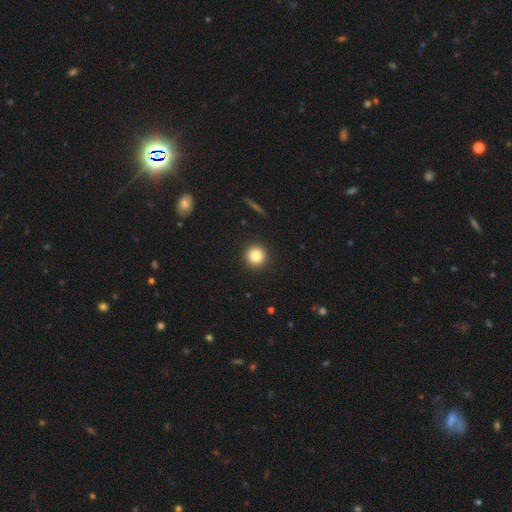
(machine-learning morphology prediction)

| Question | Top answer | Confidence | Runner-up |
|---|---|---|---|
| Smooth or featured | smooth | 84% | star or artifact (10%) |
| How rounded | round | 95% | in between (4%) |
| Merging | none | 92% | minor disturbance (5%) |